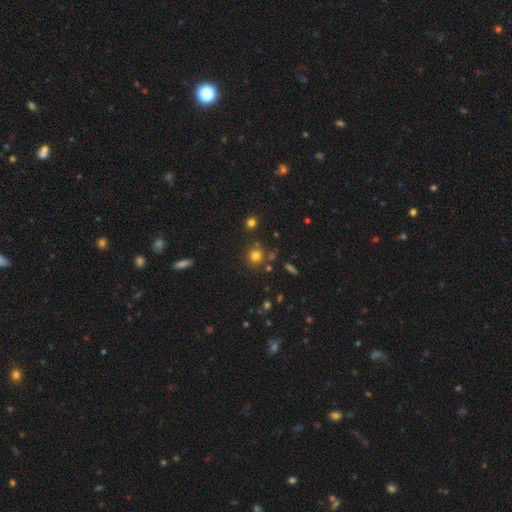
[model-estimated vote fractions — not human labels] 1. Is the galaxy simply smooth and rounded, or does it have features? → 76% smooth, 16% star or artifact, 7% featured or disk.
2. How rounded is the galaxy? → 88% round, 11% in between, 1% cigar-shaped.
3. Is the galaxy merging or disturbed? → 78% none, 9% minor disturbance, 9% merger, 3% major disturbance.